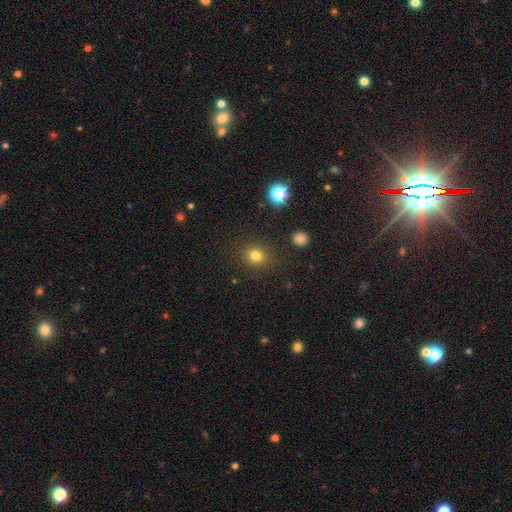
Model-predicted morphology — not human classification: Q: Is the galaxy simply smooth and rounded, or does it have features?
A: smooth — 79%.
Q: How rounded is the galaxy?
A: round — 86%.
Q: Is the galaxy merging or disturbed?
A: none — 88%.